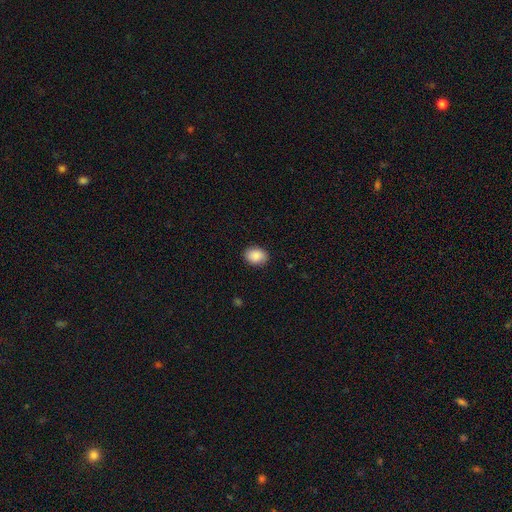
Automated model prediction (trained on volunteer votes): A smooth galaxy with no disk features (89%) that is in between round and cigar-shaped (61%).

Vote fractions:
- Smooth or featured? smooth: 89% / star or artifact: 7% / featured or disk: 4%
- How rounded? in between: 61% / round: 39% / cigar-shaped: 1%
- Merging? none: 89% / minor disturbance: 8% / major disturbance: 2% / merger: 1%